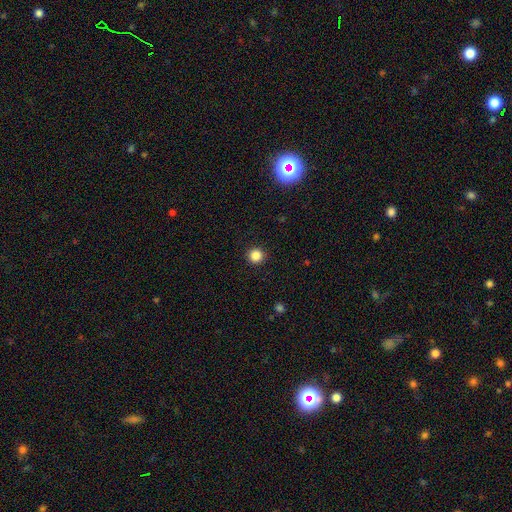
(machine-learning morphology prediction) Smooth or featured: smooth — 85% (star or artifact — 11%)
How rounded: round — 95% (in between — 4%)
Merging: none — 93% (minor disturbance — 5%)